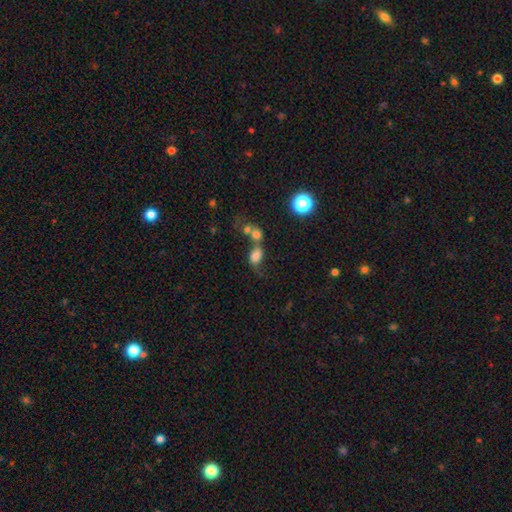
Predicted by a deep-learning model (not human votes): Smooth or featured: smooth — 71% (featured or disk — 15%)
How rounded: in between — 68% (round — 31%)
Merging: merger — 47% (none — 27%)